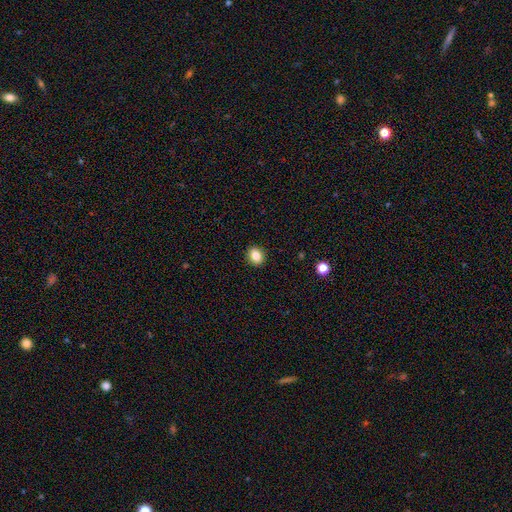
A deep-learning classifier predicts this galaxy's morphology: type=smooth (83%); roundness=round (64%); merging=none (92%).